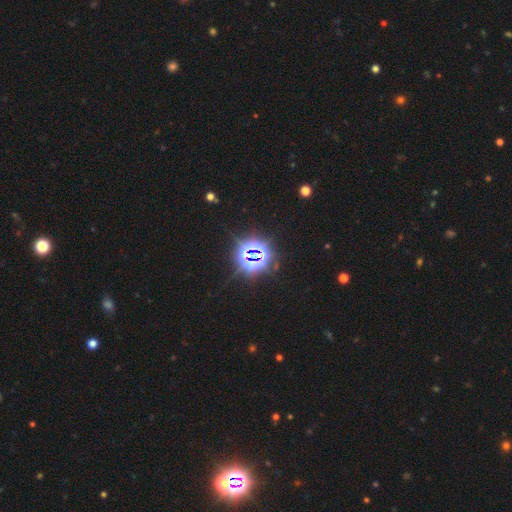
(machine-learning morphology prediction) The model was most divided on "smooth or featured": star or artifact: 81%, smooth: 11%, featured or disk: 8%.